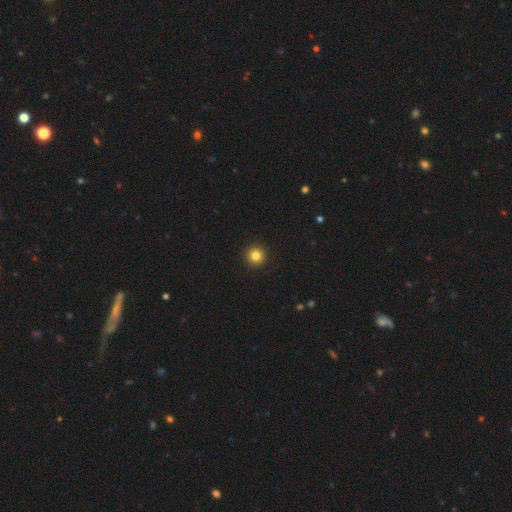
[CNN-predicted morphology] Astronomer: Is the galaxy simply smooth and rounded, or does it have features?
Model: smooth — 83%.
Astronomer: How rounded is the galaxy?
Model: round — 96%.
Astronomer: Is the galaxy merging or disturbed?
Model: none — 94%.